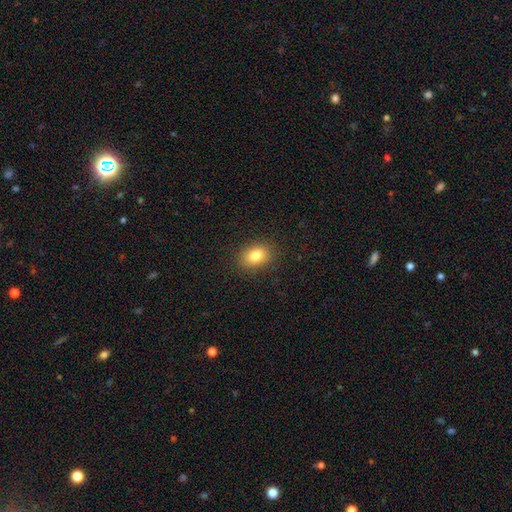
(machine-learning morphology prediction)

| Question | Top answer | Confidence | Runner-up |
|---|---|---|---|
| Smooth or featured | smooth | 82% | star or artifact (10%) |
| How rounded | in between | 70% | round (28%) |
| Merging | none | 87% | minor disturbance (9%) |